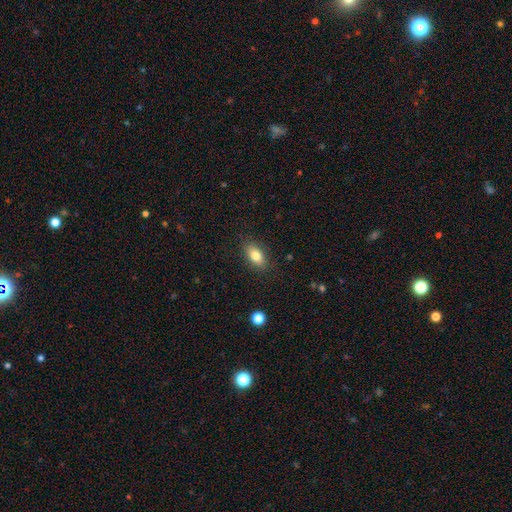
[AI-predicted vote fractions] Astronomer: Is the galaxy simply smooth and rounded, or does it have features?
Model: smooth — 80%.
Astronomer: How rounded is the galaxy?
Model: in between — 87%.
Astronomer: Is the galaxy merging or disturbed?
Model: none — 86%.